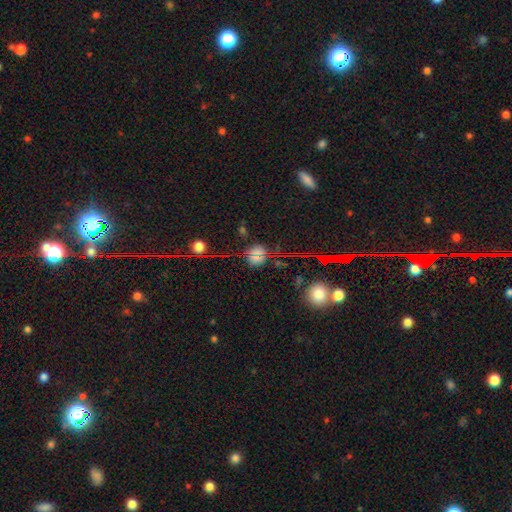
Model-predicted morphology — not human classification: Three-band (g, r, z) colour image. It shows a star or artifact, not a galaxy (47%).